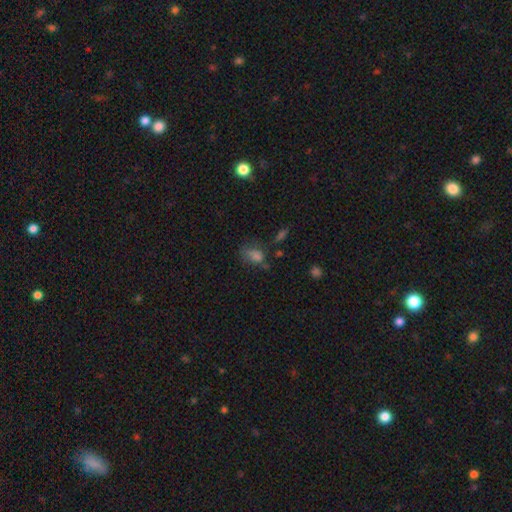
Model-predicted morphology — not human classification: smooth 69%, star or artifact 20%, featured or disk 11%. Down the decision tree: how rounded — in between (74%); merging — none (41%).